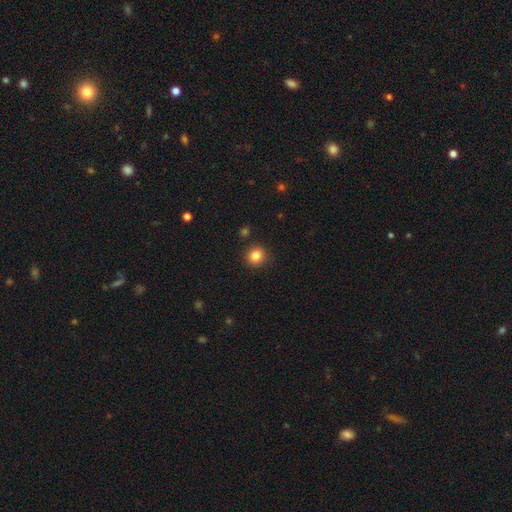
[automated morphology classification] This is clearly a smooth galaxy (84%). How rounded: clearly round (88%). Merging: clearly none (90%).